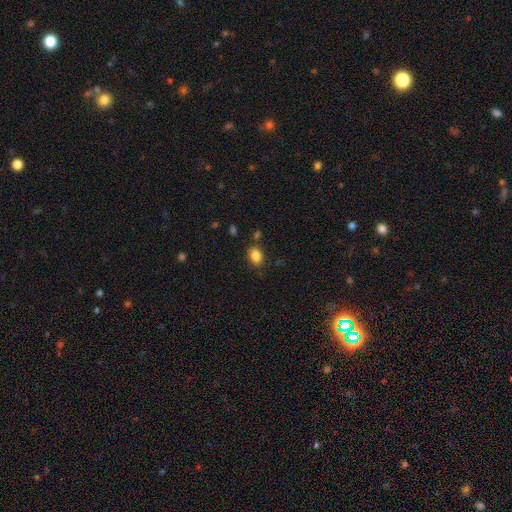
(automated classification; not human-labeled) Q: Smooth or featured?
A: smooth (86%); runner-up: star or artifact (9%)
Q: How rounded?
A: in between (73%); runner-up: round (26%)
Q: Merging?
A: none (80%); runner-up: minor disturbance (12%)